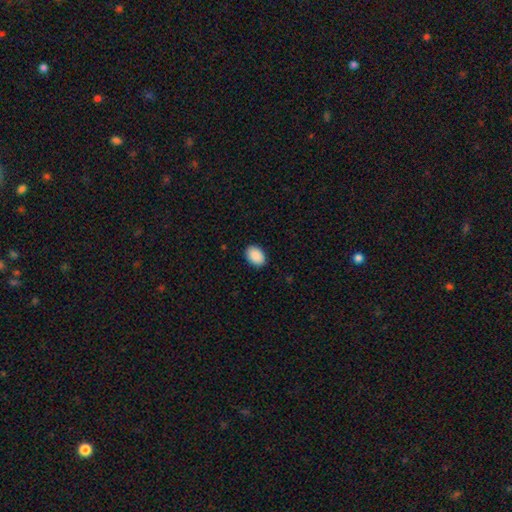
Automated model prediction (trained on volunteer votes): Morphology: type=smooth (91%); roundness=in between (83%); merging=none (89%).